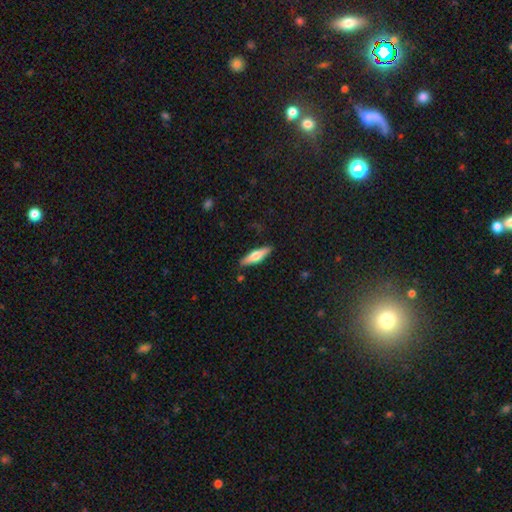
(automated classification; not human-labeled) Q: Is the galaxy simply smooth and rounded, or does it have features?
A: smooth — 50%.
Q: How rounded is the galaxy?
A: cigar-shaped — 68%.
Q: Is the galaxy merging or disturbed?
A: none — 87%.